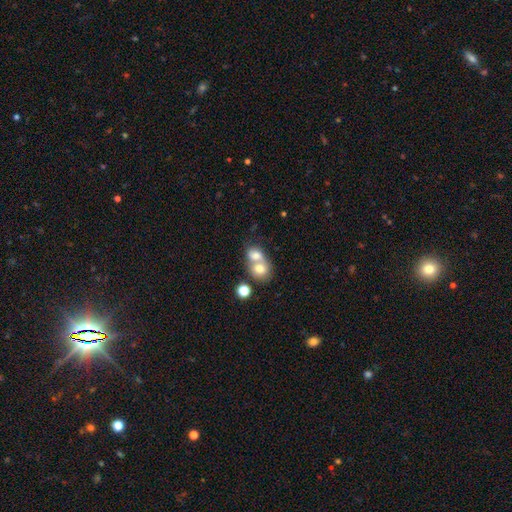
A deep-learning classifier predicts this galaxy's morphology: This is likely a smooth galaxy (71%). How rounded: possibly round (57%). Merging: likely merger (73%).